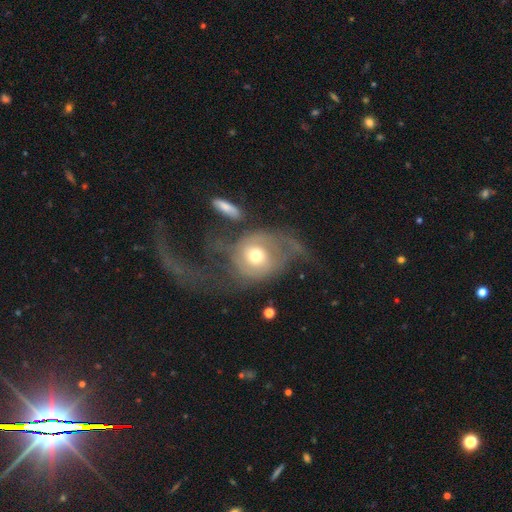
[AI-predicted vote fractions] This is possibly a featured or disk galaxy (57%). It is clearly not viewed edge-on (95%). Bar: likely no (78%). Spiral arm pattern: likely yes (64%). Central bulge: likely moderate (69%). Merging: possibly major disturbance (51%).